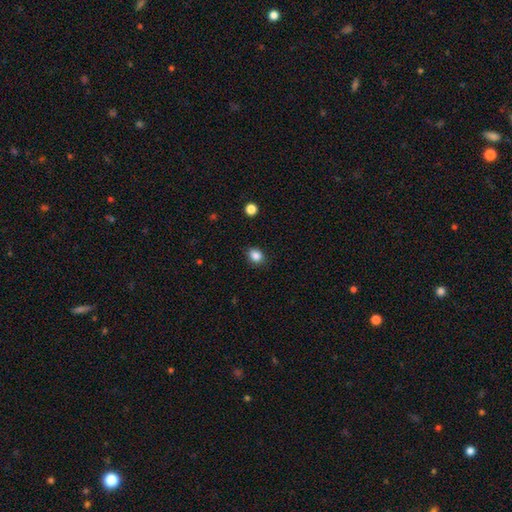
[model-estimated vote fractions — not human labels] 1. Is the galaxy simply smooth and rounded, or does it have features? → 86% smooth, 10% star or artifact, 4% featured or disk.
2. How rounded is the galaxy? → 55% round, 44% in between, 1% cigar-shaped.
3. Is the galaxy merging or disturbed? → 87% none, 9% minor disturbance, 2% major disturbance, 1% merger.